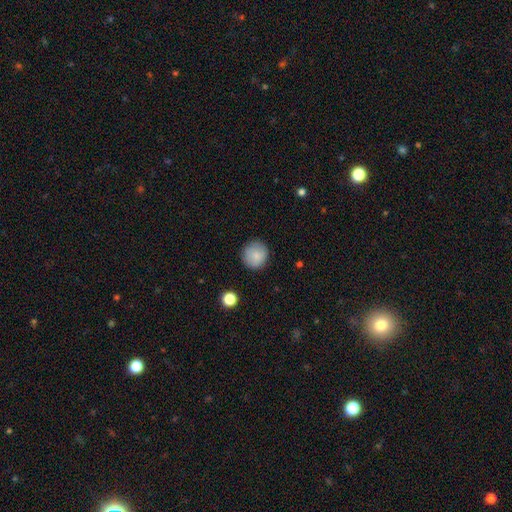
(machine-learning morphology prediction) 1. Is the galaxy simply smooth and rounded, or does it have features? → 84% smooth, 8% star or artifact, 7% featured or disk.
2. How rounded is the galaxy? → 92% round, 7% in between, 1% cigar-shaped.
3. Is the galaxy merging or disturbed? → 88% none, 9% minor disturbance, 2% major disturbance, 1% merger.